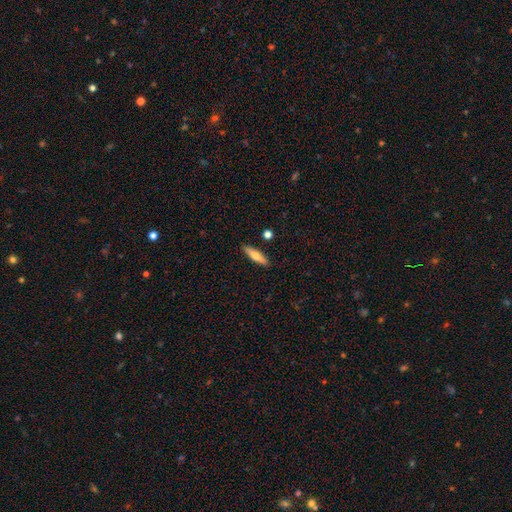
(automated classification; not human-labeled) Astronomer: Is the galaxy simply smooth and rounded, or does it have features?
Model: smooth — 59% (runner-up: featured or disk, 35%).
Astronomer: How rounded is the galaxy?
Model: cigar-shaped — 74%.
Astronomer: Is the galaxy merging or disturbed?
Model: none — 88%.